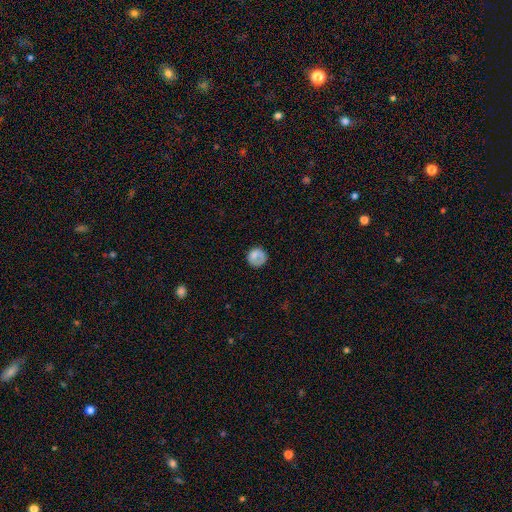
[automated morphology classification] Q: Smooth or featured?
A: smooth (73%); runner-up: featured or disk (18%)
Q: How rounded?
A: round (84%); runner-up: in between (15%)
Q: Merging?
A: none (65%); runner-up: minor disturbance (20%)